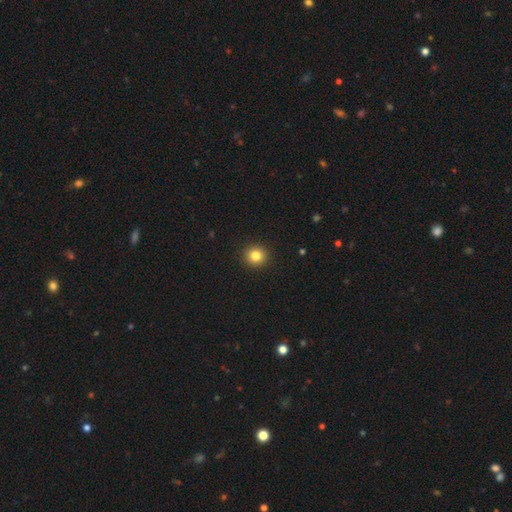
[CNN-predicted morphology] smooth_or_featured: smooth (p=0.82) [alt: star or artifact p=0.12]
how_rounded: round (p=0.93) [alt: in between p=0.06]
merging: none (p=0.93) [alt: minor disturbance p=0.04]